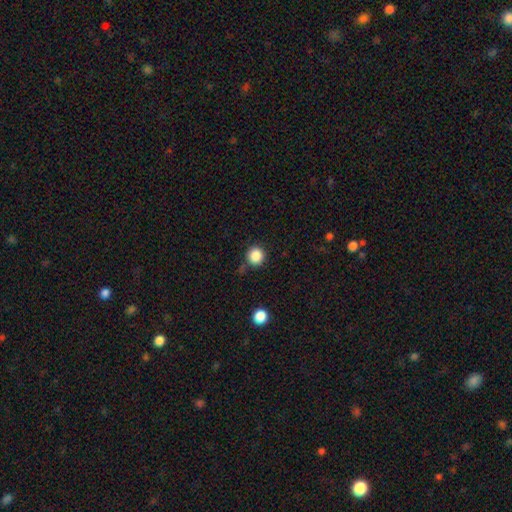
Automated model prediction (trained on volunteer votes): Q: Smooth or featured?
A: smooth (86%); runner-up: star or artifact (10%)
Q: How rounded?
A: round (93%); runner-up: in between (6%)
Q: Merging?
A: none (81%); runner-up: minor disturbance (12%)